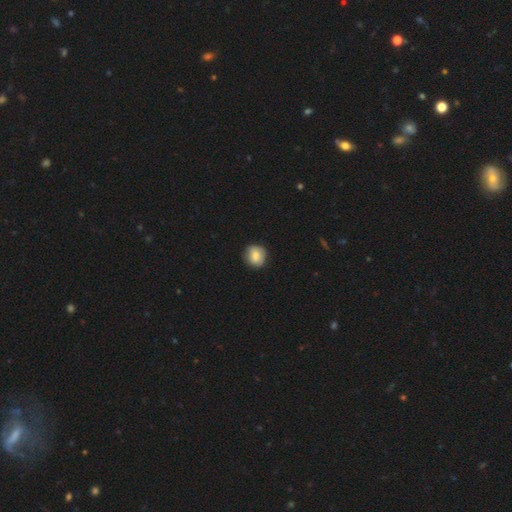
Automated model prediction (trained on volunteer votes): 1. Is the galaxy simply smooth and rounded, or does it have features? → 82% smooth, 10% featured or disk, 8% star or artifact.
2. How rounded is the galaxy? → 85% round, 14% in between, 1% cigar-shaped.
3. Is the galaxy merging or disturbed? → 87% none, 10% minor disturbance, 2% major disturbance, 1% merger.